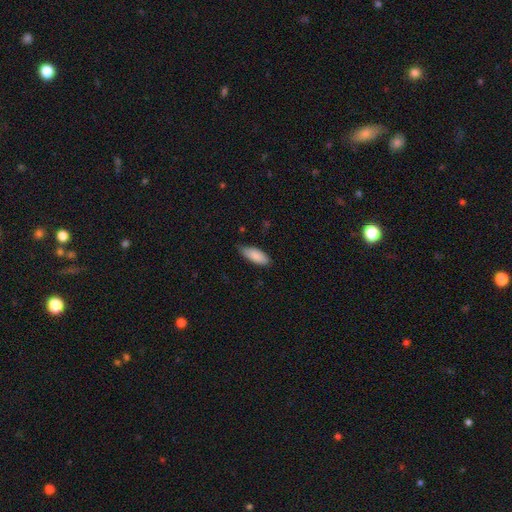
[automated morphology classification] This appears to be a smooth galaxy with no disk features (88%) that is in between round and cigar-shaped (79%). Merging: none (70%).